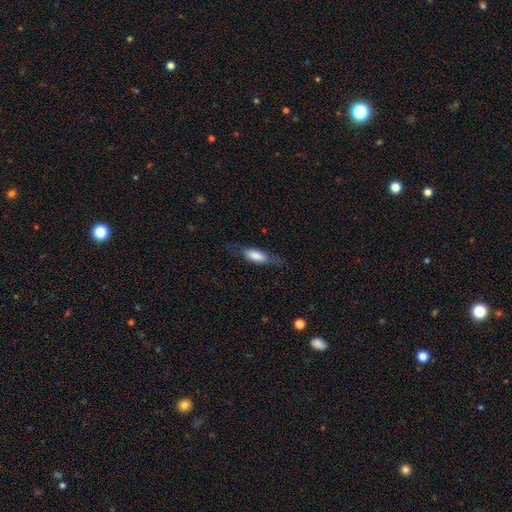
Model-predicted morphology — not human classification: Smooth or featured? smooth (67%)
How rounded? in between (56%)
Merging? none (71%)